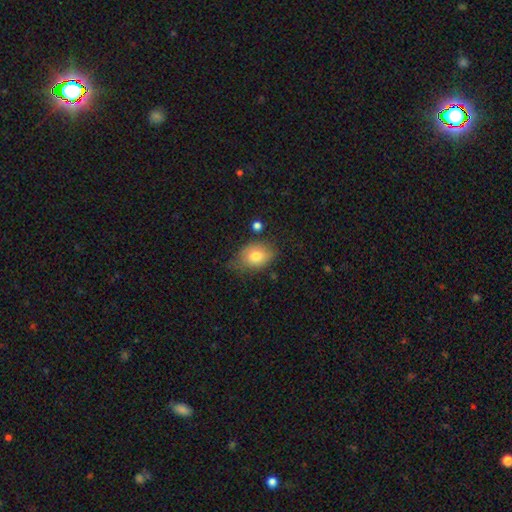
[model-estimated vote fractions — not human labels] Smooth or featured?
  - smooth: 76% *
  - featured or disk: 15%
  - star or artifact: 9%
How rounded?
  - in between: 72% *
  - round: 27%
  - cigar-shaped: 1%
Merging?
  - none: 55% *
  - minor disturbance: 32%
  - major disturbance: 9%
  - merger: 4%